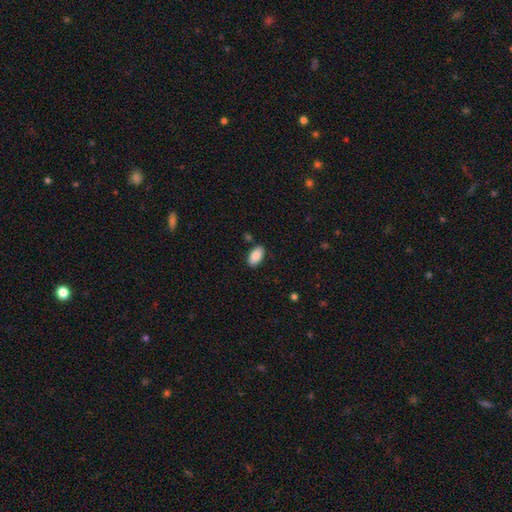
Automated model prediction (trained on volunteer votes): Smooth or featured? Predicted: smooth (p=0.86). How rounded? Predicted: in between (p=0.95). Merging? Predicted: none (p=0.84).